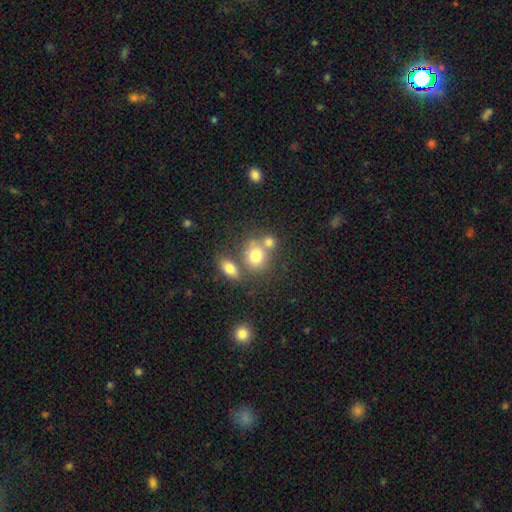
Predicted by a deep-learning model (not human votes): A smooth galaxy with no disk features (76%) that is round (64%). Merging: none (46%).